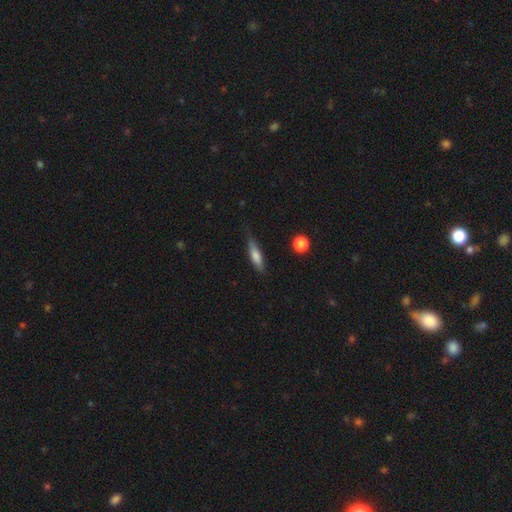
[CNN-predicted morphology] This is likely a smooth galaxy (67%). How rounded: likely cigar-shaped (69%). Merging: likely none (71%).